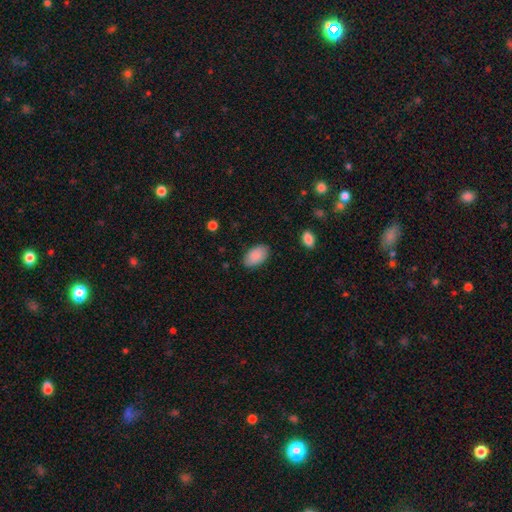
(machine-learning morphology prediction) This appears to be a smooth galaxy with no disk features (88%) that is in between round and cigar-shaped (93%). Merging: none (84%).